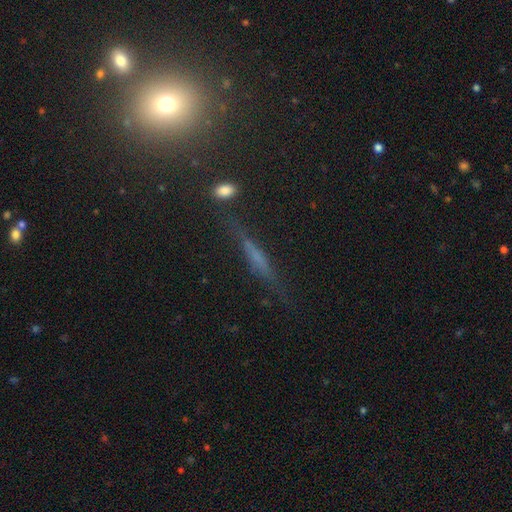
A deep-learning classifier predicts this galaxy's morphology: Q: Smooth or featured?
A: featured or disk (46%); runner-up: smooth (32%)
Q: Merging?
A: none (73%); runner-up: minor disturbance (16%)